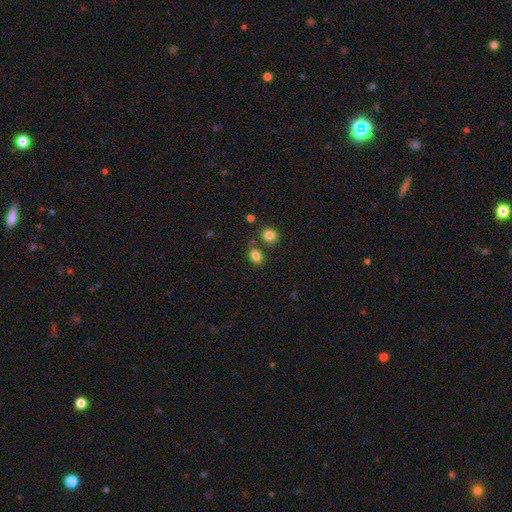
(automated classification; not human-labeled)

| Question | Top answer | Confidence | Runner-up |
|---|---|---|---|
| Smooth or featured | smooth | 83% | star or artifact (11%) |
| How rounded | in between | 64% | round (34%) |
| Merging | none | 70% | merger (14%) |